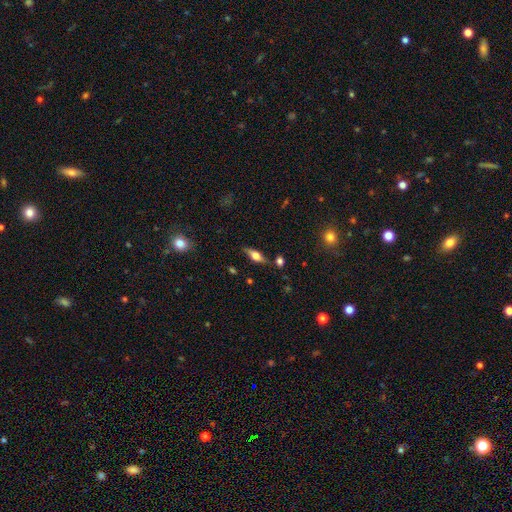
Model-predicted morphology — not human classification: Overall: featured or disk (52%; smooth 40%). Edge-on disk: yes (91%). Merging: none (81%).